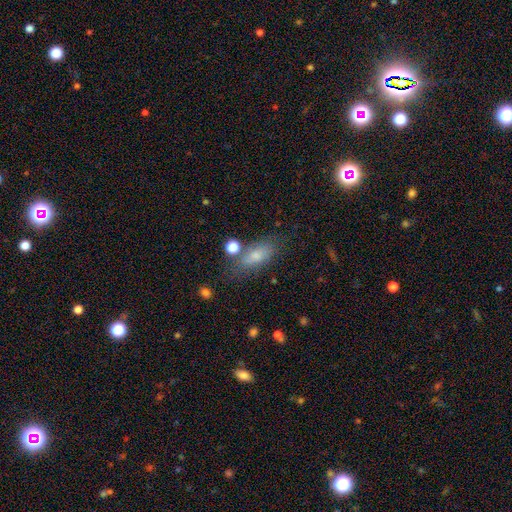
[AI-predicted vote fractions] This appears to be a smooth galaxy with no disk features (74%) that is in between round and cigar-shaped (75%). Merging: none (67%).